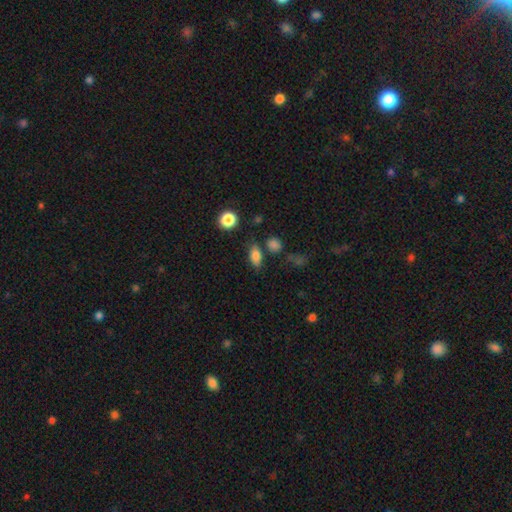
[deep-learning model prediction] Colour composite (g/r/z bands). It shows a smooth galaxy with no disk features (82%) that is in between round and cigar-shaped (83%). Merging: none (73%).